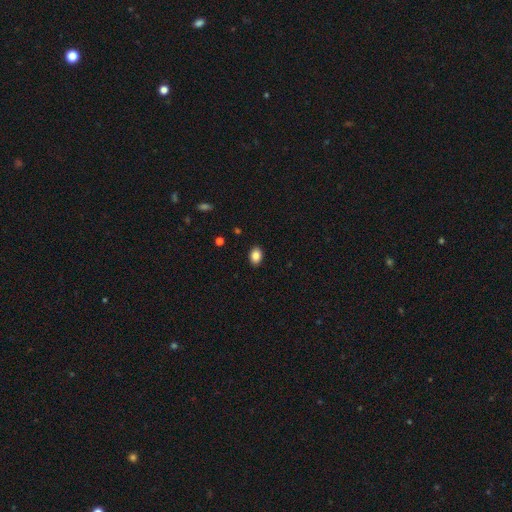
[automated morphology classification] type=smooth (87%); roundness=in between (76%); merging=none (90%).